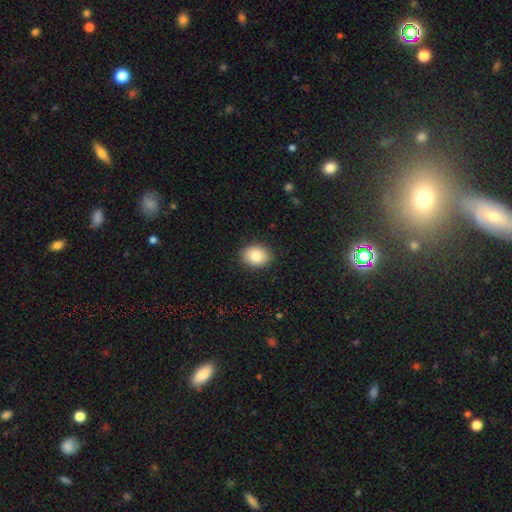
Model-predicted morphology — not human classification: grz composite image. It shows a smooth galaxy with no disk features (83%) that is in between round and cigar-shaped (60%). Merging: none (89%).